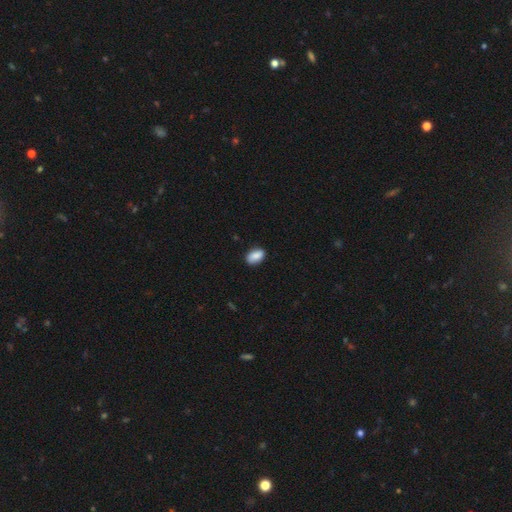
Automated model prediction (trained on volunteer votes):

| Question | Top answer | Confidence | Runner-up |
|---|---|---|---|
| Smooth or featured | smooth | 87% | star or artifact (7%) |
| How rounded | in between | 91% | round (7%) |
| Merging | none | 84% | minor disturbance (13%) |